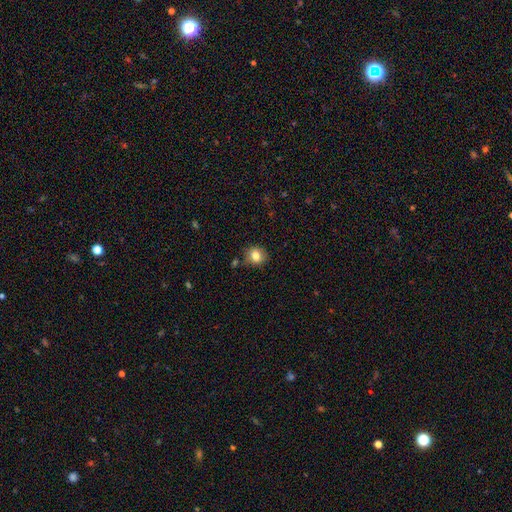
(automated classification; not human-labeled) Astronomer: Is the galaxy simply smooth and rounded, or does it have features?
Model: smooth — 81%.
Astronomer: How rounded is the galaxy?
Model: round — 76%.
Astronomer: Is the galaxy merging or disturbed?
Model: none — 80%.